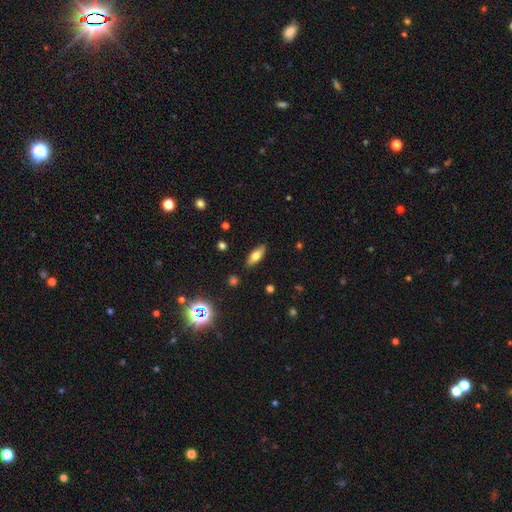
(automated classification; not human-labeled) smooth_or_featured: smooth (p=0.69) [alt: featured or disk p=0.22]
how_rounded: in between (p=0.74) [alt: cigar-shaped p=0.23]
merging: none (p=0.88) [alt: minor disturbance p=0.09]